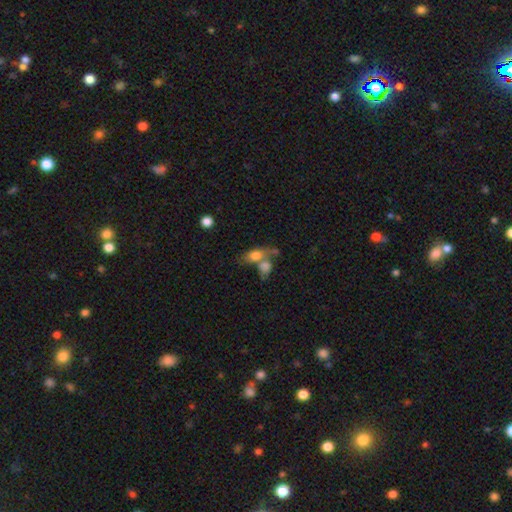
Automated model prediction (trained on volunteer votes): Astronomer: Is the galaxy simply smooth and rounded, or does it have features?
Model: smooth — 70%.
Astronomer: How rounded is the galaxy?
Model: in between — 74%.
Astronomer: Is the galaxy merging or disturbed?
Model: merger — 48% (runner-up: none, 31%).